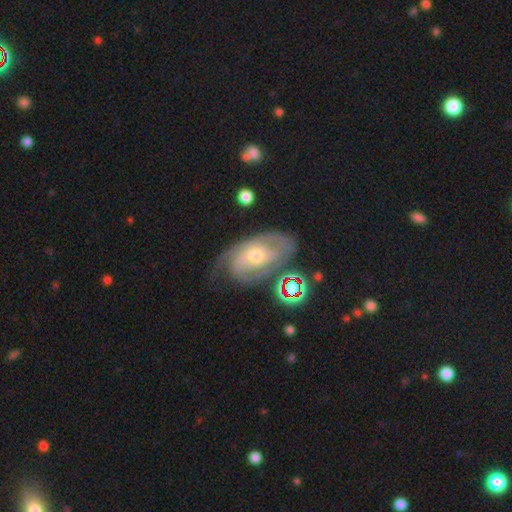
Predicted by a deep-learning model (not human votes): This is likely a featured or disk galaxy (77%). It is clearly not viewed edge-on (94%). Bar: likely no (62%). Spiral arm pattern: clearly yes (90%). Spiral arm count: marginally 2 (40%). Spiral winding: possibly tight (48%). Central bulge: possibly small (49%). Merging: possibly none (54%).